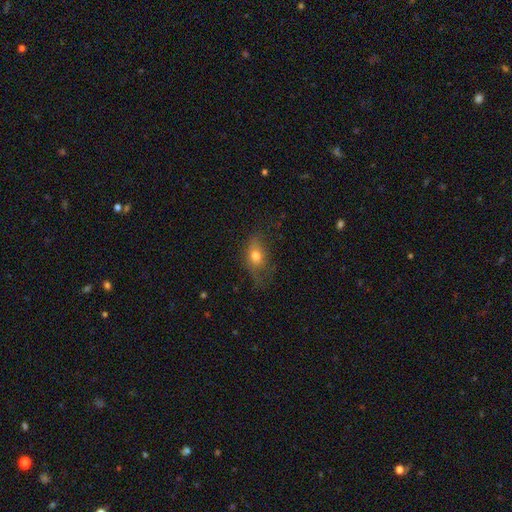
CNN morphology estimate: smooth 70%, featured or disk 19%, star or artifact 11%. Down the decision tree: how rounded — in between (73%); merging — none (44%).